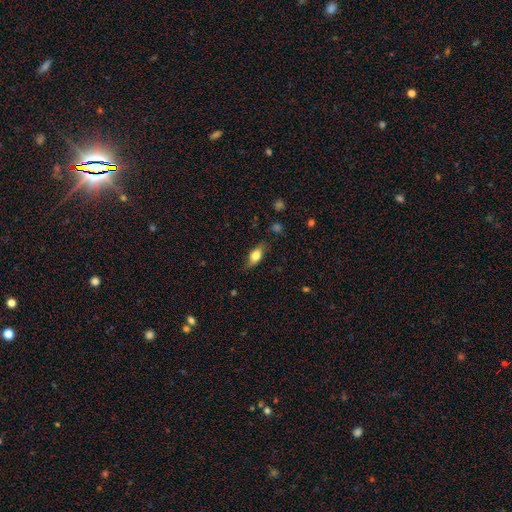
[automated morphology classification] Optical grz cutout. It shows a smooth galaxy with no disk features (70%) that is in between round and cigar-shaped (81%). Merging: none (75%).